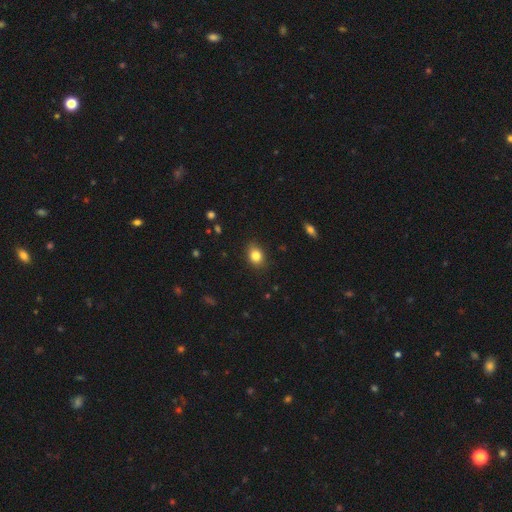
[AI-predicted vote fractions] Smooth or featured? Predicted: smooth (p=0.84). How rounded? Predicted: in between (p=0.59). Merging? Predicted: none (p=0.84).